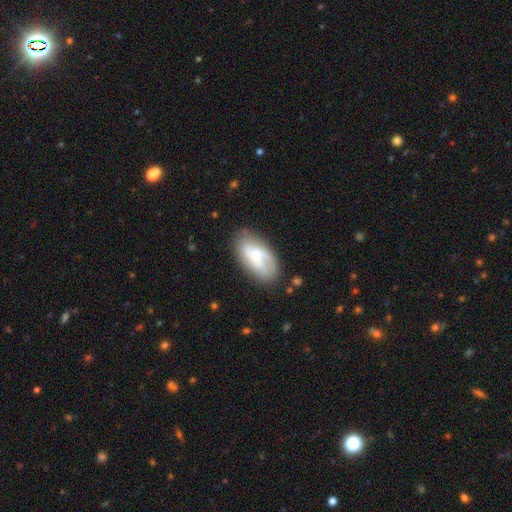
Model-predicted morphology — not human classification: Smooth or featured: featured or disk — 51% (smooth — 42%)
Edge-on disk: no — 92% (yes — 8%)
Merging: none — 70% (minor disturbance — 21%)